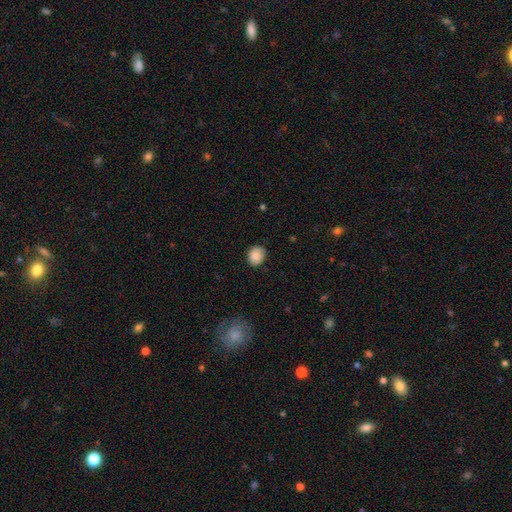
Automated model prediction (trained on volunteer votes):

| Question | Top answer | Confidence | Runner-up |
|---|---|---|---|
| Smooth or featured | smooth | 87% | star or artifact (8%) |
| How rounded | round | 71% | in between (29%) |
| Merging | none | 78% | minor disturbance (18%) |